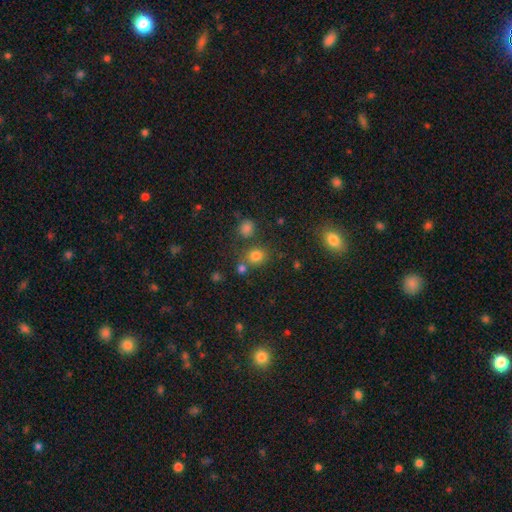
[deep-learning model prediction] Q: Smooth or featured?
A: smooth (78%); runner-up: star or artifact (16%)
Q: How rounded?
A: round (76%); runner-up: in between (23%)
Q: Merging?
A: none (69%); runner-up: merger (16%)